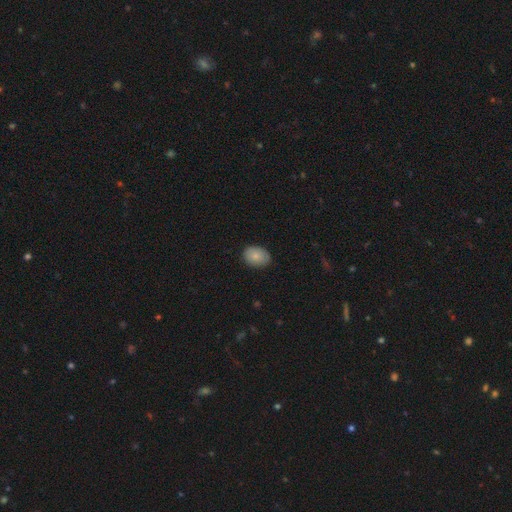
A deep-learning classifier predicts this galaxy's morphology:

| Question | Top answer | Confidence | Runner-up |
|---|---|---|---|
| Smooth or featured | smooth | 84% | featured or disk (9%) |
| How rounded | in between | 72% | round (27%) |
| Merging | none | 85% | minor disturbance (12%) |